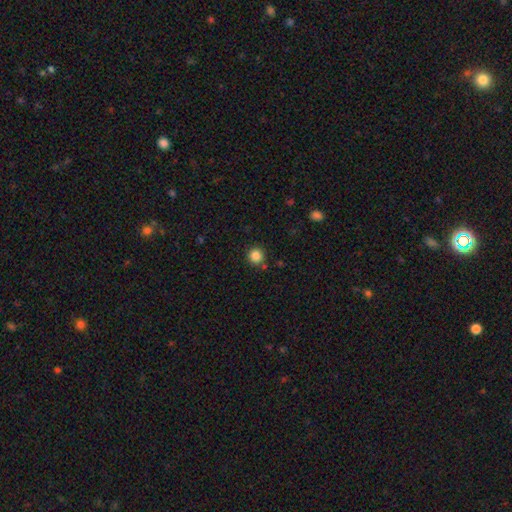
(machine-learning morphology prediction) Smooth or featured?
  - smooth: 85% *
  - star or artifact: 12%
  - featured or disk: 4%
How rounded?
  - round: 94% *
  - in between: 5%
  - cigar-shaped: 1%
Merging?
  - none: 85% *
  - minor disturbance: 8%
  - merger: 5%
  - major disturbance: 2%